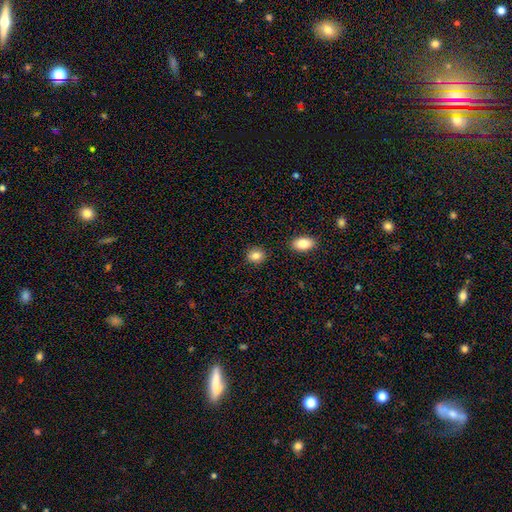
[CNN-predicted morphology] Smooth or featured: smooth — 86% (star or artifact — 9%)
How rounded: round — 61% (in between — 38%)
Merging: none — 87% (minor disturbance — 8%)